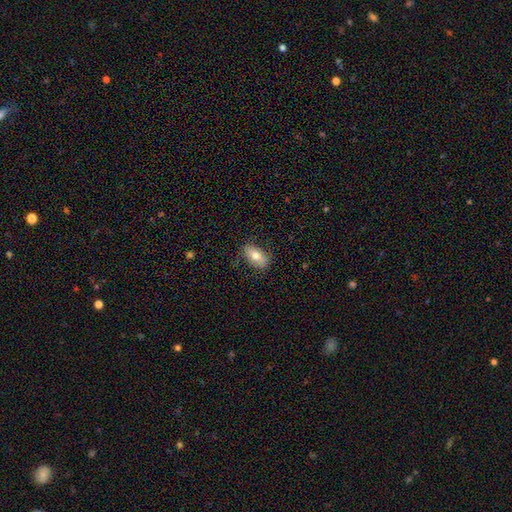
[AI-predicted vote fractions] Smooth or featured: smooth — 73% (featured or disk — 20%)
How rounded: in between — 89% (round — 5%)
Merging: none — 82% (minor disturbance — 14%)